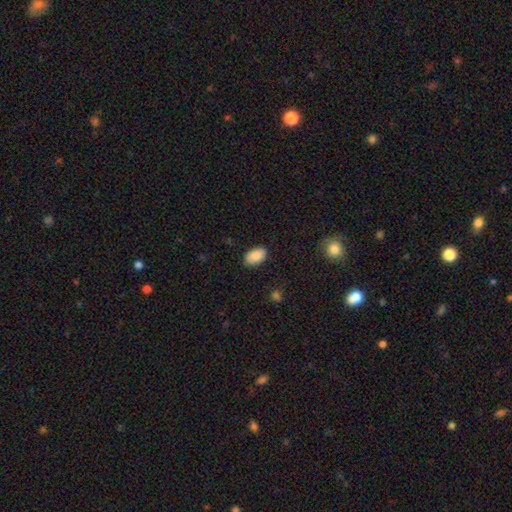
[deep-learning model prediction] smooth_or_featured: smooth (p=0.85) [alt: featured or disk p=0.08]
how_rounded: in between (p=0.93) [alt: round p=0.06]
merging: none (p=0.86) [alt: minor disturbance p=0.11]